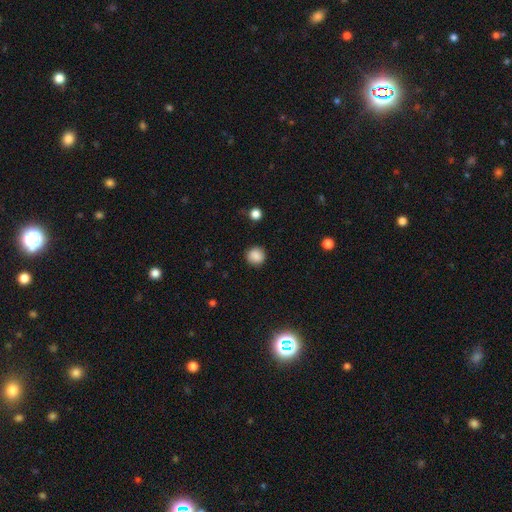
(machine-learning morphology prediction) smooth_or_featured: smooth (p=0.87) [alt: star or artifact p=0.09]
how_rounded: round (p=0.92) [alt: in between p=0.07]
merging: none (p=0.89) [alt: minor disturbance p=0.07]